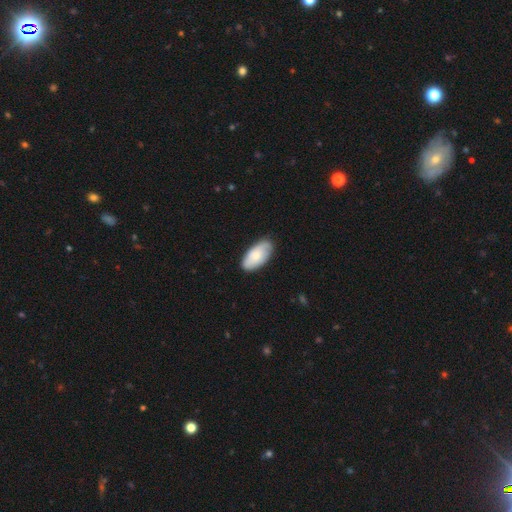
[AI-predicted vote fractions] A smooth galaxy with no disk features (71%) that is in between round and cigar-shaped (94%).

Vote fractions:
- Smooth or featured? smooth: 71% / featured or disk: 23% / star or artifact: 5%
- How rounded? in between: 94% / cigar-shaped: 4% / round: 2%
- Merging? none: 82% / minor disturbance: 15% / major disturbance: 2% / merger: 1%